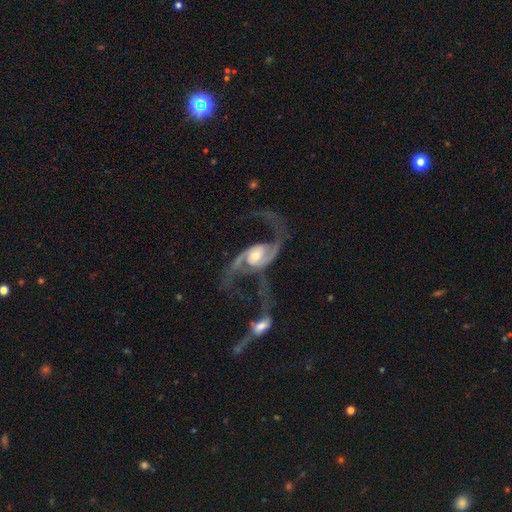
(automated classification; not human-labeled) Q: Smooth or featured?
A: featured or disk (90%); runner-up: smooth (5%)
Q: Edge-on disk?
A: no (97%); runner-up: yes (3%)
Q: Bar?
A: no (48%); runner-up: weak (35%)
Q: Spiral arms?
A: yes (96%); runner-up: no (4%)
Q: Spiral winding?
A: loose (67%); runner-up: medium (27%)
Q: Spiral arm count?
A: 2 (91%); runner-up: 1 (3%)
Q: Bulge size?
A: moderate (56%); runner-up: small (33%)
Q: Merging?
A: none (33%); runner-up: major disturbance (28%)